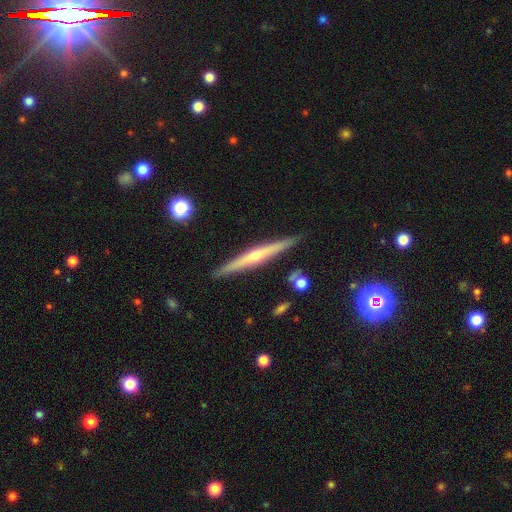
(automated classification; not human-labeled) smooth-or-featured: featured or disk: 72% | smooth: 22% | star or artifact: 6%
  disk-edge-on: yes: 98% | no: 2%
    edge-on-bulge: rounded: 75% | none: 22% | boxy: 4%
  merging: none: 90% | minor disturbance: 7% | merger: 1% | major disturbance: 1%